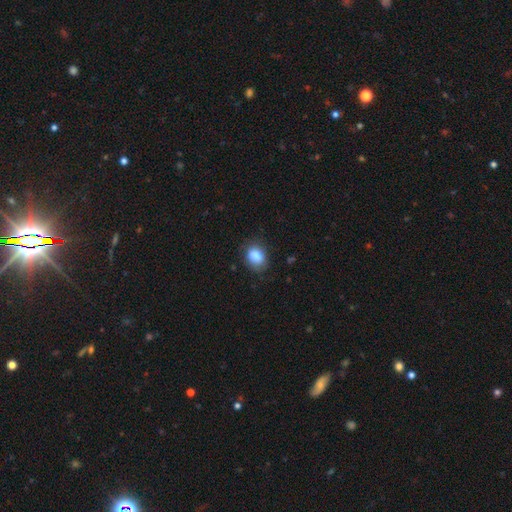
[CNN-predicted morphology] smooth_or_featured: smooth (p=0.86) [alt: star or artifact p=0.08]
how_rounded: in between (p=0.63) [alt: round p=0.36]
merging: none (p=0.74) [alt: minor disturbance p=0.20]